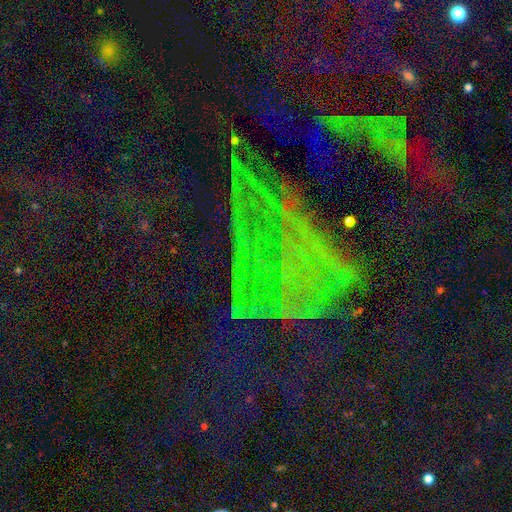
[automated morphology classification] type=star or artifact (77%).